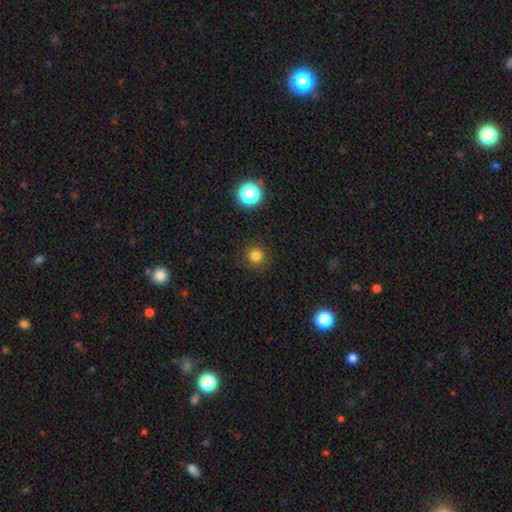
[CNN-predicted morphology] A smooth galaxy with no disk features (80%) that is round (94%).

Vote fractions:
- Smooth or featured? smooth: 80% / star or artifact: 15% / featured or disk: 5%
- How rounded? round: 94% / in between: 5% / cigar-shaped: 1%
- Merging? none: 89% / minor disturbance: 7% / major disturbance: 3% / merger: 1%